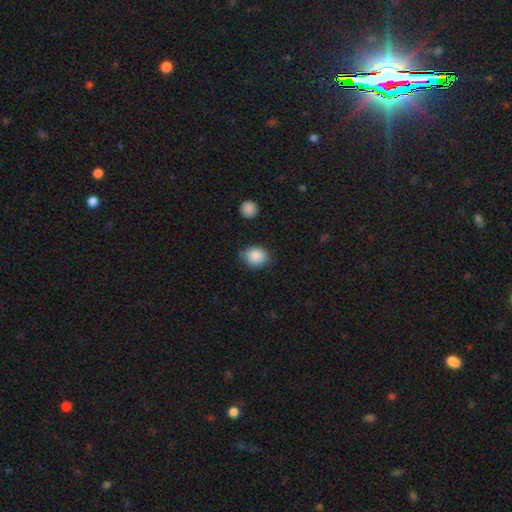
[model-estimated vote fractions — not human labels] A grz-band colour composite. It shows a smooth galaxy with no disk features (87%) that is in between round and cigar-shaped (53%). Merging: none (73%).